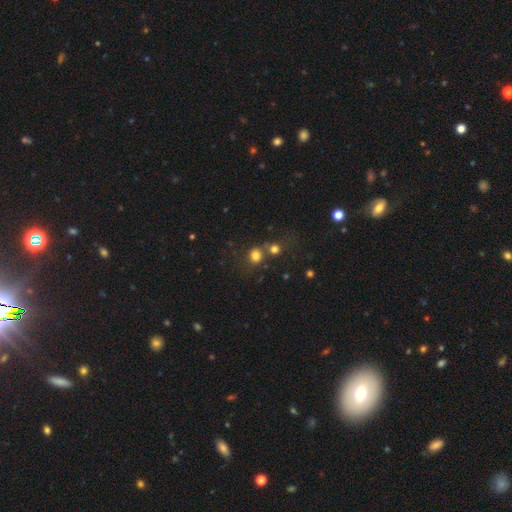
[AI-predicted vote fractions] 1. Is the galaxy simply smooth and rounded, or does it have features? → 77% smooth, 15% star or artifact, 8% featured or disk.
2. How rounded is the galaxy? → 80% round, 19% in between, 1% cigar-shaped.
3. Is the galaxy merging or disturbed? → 55% none, 29% merger, 10% minor disturbance, 6% major disturbance.